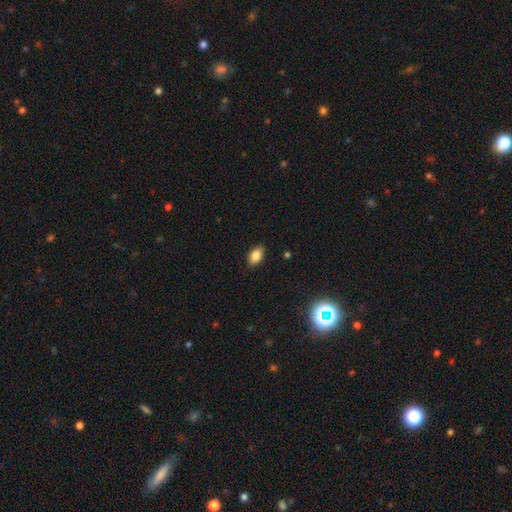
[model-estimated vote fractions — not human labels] A smooth galaxy with no disk features (84%) that is in between round and cigar-shaped (91%). Merging: none (88%).